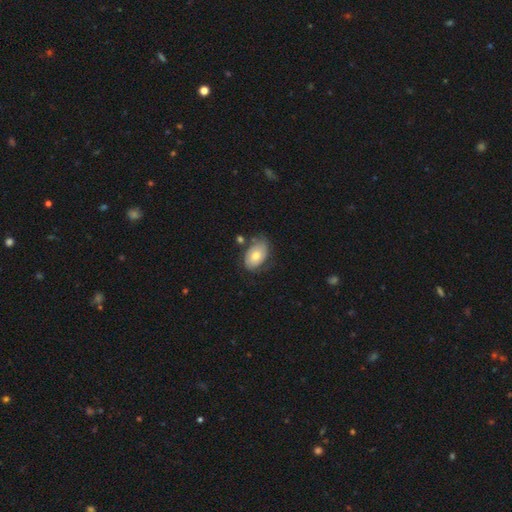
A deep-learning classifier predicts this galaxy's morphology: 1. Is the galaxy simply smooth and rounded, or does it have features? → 54% smooth, 39% featured or disk, 7% star or artifact.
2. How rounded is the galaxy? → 88% in between, 11% round, 1% cigar-shaped.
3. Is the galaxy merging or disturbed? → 60% none, 25% minor disturbance, 10% major disturbance, 5% merger.